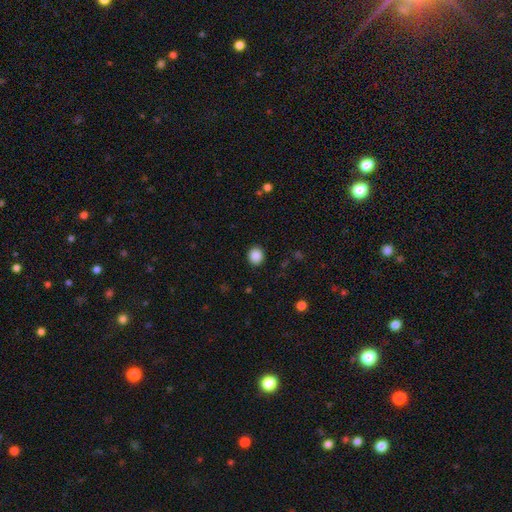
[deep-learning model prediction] smooth 88%, star or artifact 9%, featured or disk 3%. Down the decision tree: how rounded — round (81%); merging — none (90%).